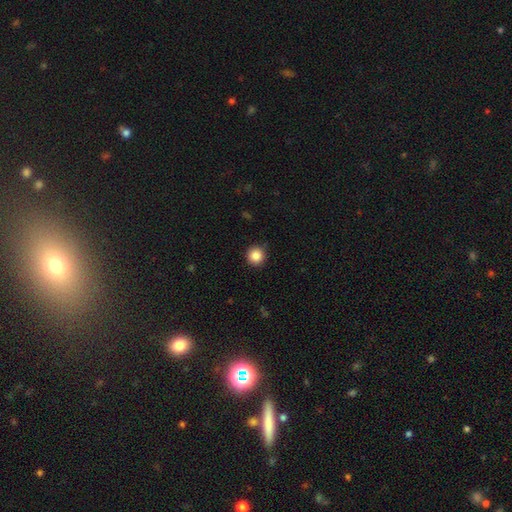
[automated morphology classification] A smooth galaxy with no disk features (87%) that is round (95%).

Vote fractions:
- Smooth or featured? smooth: 87% / star or artifact: 10% / featured or disk: 3%
- How rounded? round: 95% / in between: 4% / cigar-shaped: 1%
- Merging? none: 91% / minor disturbance: 6% / major disturbance: 2% / merger: 1%